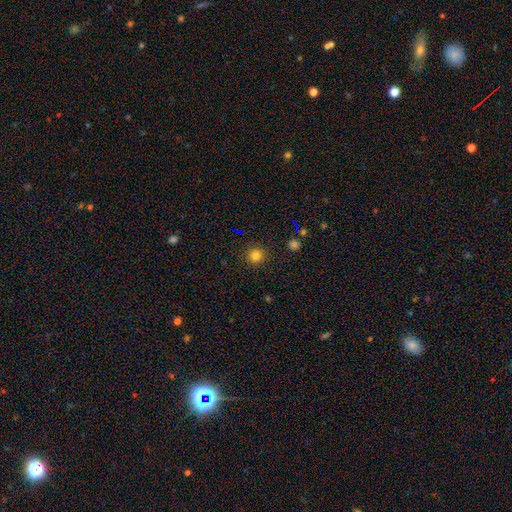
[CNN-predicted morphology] Q: Smooth or featured?
A: smooth (80%); runner-up: star or artifact (15%)
Q: How rounded?
A: round (94%); runner-up: in between (5%)
Q: Merging?
A: none (91%); runner-up: minor disturbance (6%)